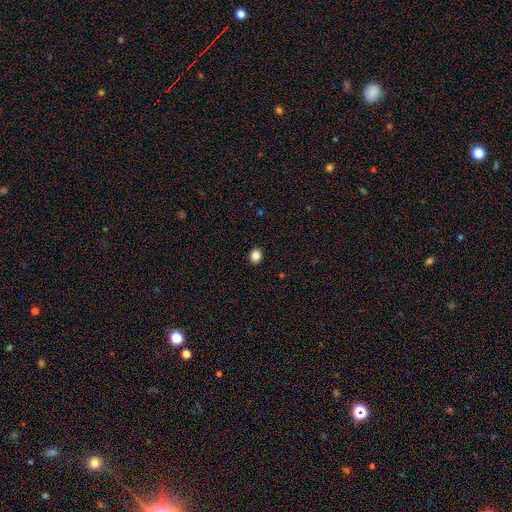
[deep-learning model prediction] smooth_or_featured: smooth (p=0.86) [alt: star or artifact p=0.10]
how_rounded: round (p=0.58) [alt: in between p=0.41]
merging: none (p=0.91) [alt: minor disturbance p=0.06]